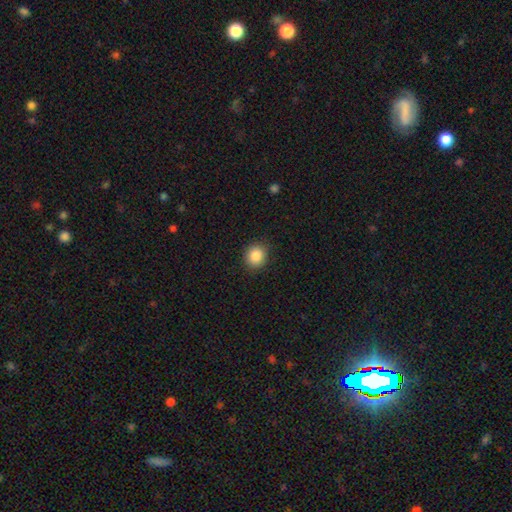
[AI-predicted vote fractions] smooth-or-featured: smooth: 87% | star or artifact: 9% | featured or disk: 4%
  how-rounded: round: 81% | in between: 18% | cigar-shaped: 1%
  merging: none: 89% | minor disturbance: 8% | major disturbance: 2% | merger: 1%